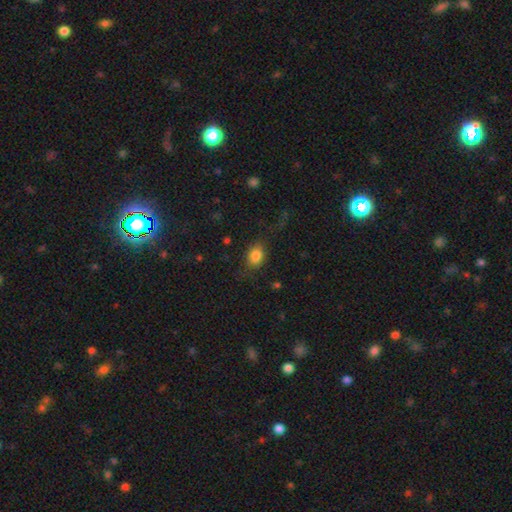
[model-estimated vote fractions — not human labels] smooth 82%, star or artifact 10%, featured or disk 8%. Down the decision tree: how rounded — in between (64%); merging — none (71%).